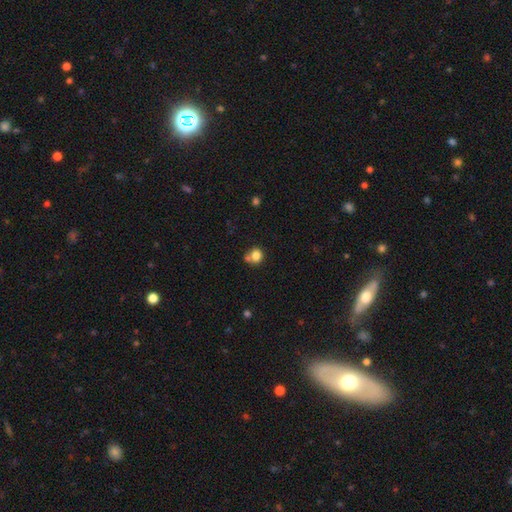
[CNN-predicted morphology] Smooth or featured? smooth (81%)
How rounded? round (80%)
Merging? none (52%)